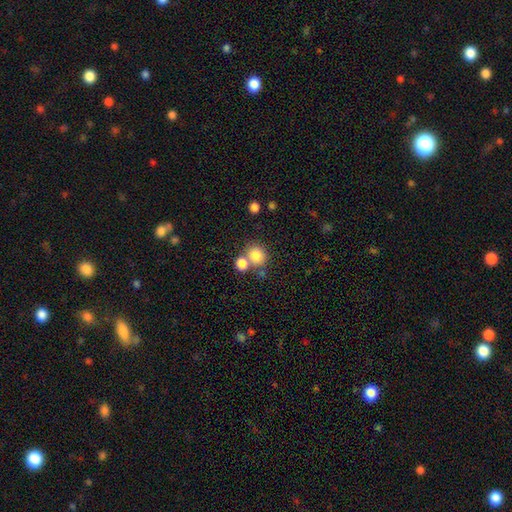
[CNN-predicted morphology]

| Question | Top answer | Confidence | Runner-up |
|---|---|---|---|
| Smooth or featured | smooth | 81% | star or artifact (11%) |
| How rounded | round | 81% | in between (18%) |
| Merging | none | 54% | merger (34%) |